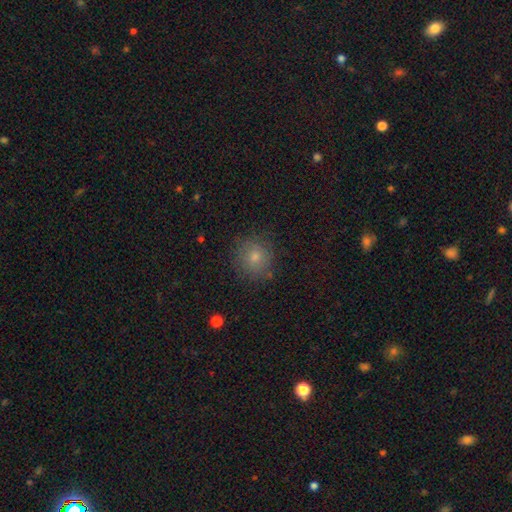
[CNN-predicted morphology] type=smooth (74%); roundness=round (89%); merging=none (83%).